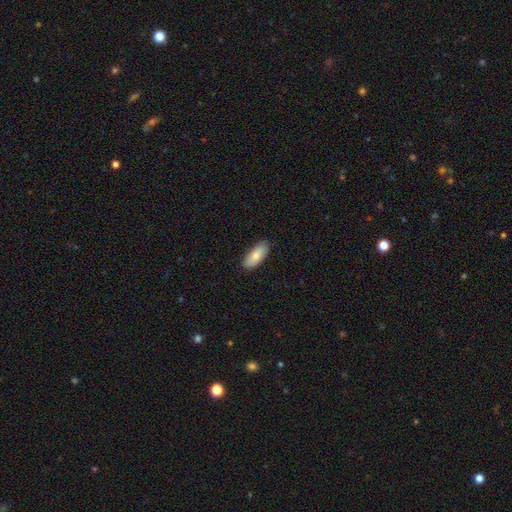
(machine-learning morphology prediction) type=smooth (79%); roundness=in between (86%); merging=none (87%).